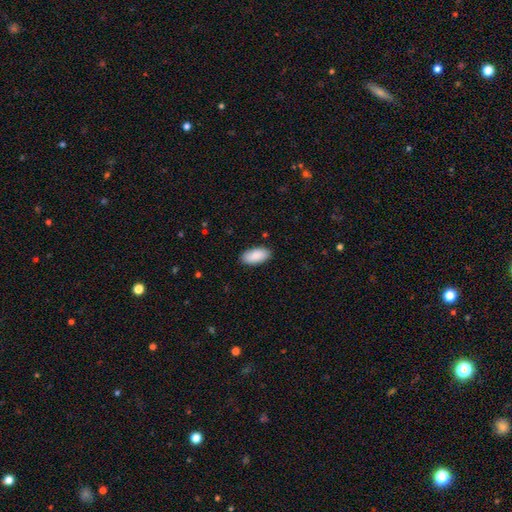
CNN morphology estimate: Q: Smooth or featured?
A: smooth (89%); runner-up: star or artifact (6%)
Q: How rounded?
A: in between (93%); runner-up: cigar-shaped (5%)
Q: Merging?
A: none (87%); runner-up: minor disturbance (10%)